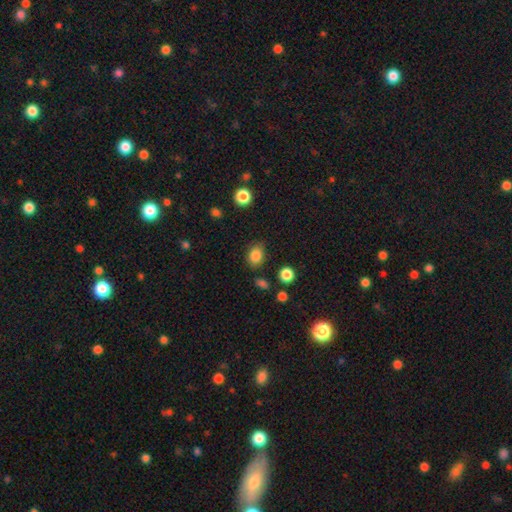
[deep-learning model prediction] Smooth or featured?
  - smooth: 85% *
  - star or artifact: 10%
  - featured or disk: 5%
How rounded?
  - in between: 57% *
  - round: 42%
  - cigar-shaped: 1%
Merging?
  - none: 77% *
  - minor disturbance: 15%
  - major disturbance: 4%
  - merger: 3%